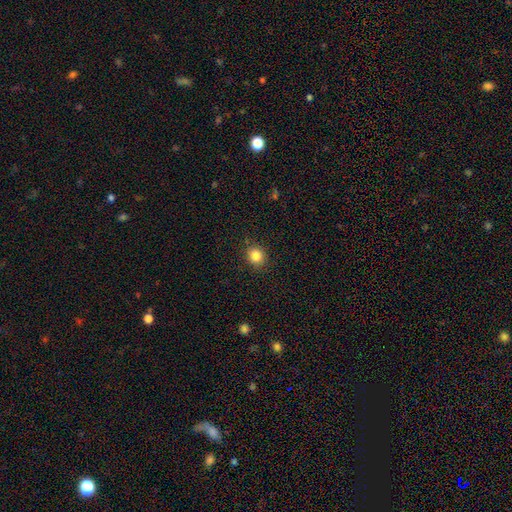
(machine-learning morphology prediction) Smooth or featured?
  - smooth: 84% *
  - star or artifact: 11%
  - featured or disk: 5%
How rounded?
  - round: 79% *
  - in between: 20%
  - cigar-shaped: 1%
Merging?
  - none: 89% *
  - minor disturbance: 8%
  - major disturbance: 2%
  - merger: 1%